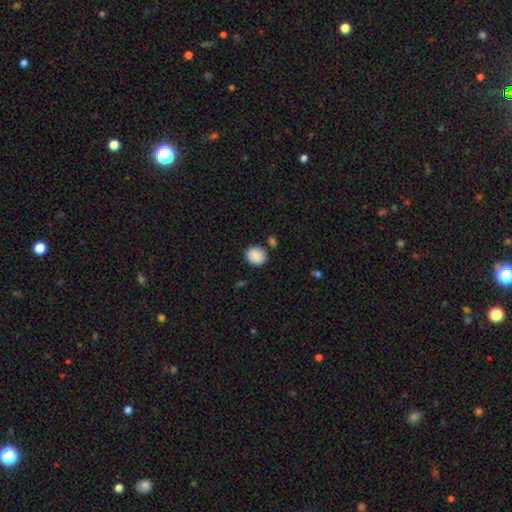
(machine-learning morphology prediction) Overall: smooth (89%). How rounded: round (70%). Merging: none (82%).